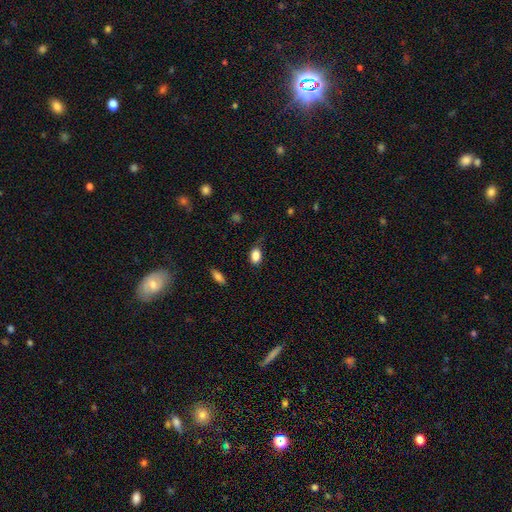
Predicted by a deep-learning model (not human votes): A smooth galaxy with no disk features (86%) that is in between round and cigar-shaped (78%). Merging: none (68%).